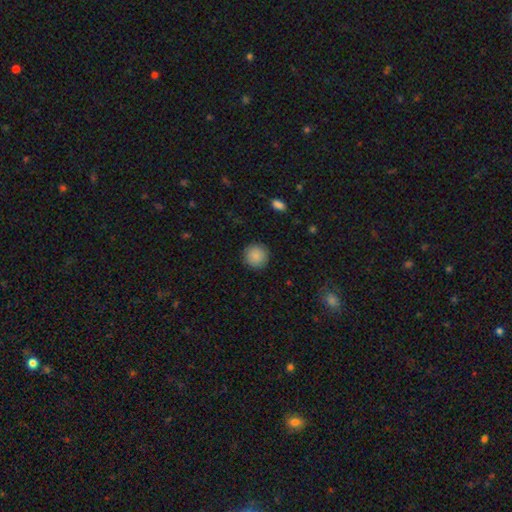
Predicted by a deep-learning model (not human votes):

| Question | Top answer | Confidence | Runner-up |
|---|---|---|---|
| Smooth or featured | smooth | 89% | star or artifact (8%) |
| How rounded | round | 95% | in between (4%) |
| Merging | none | 92% | minor disturbance (5%) |